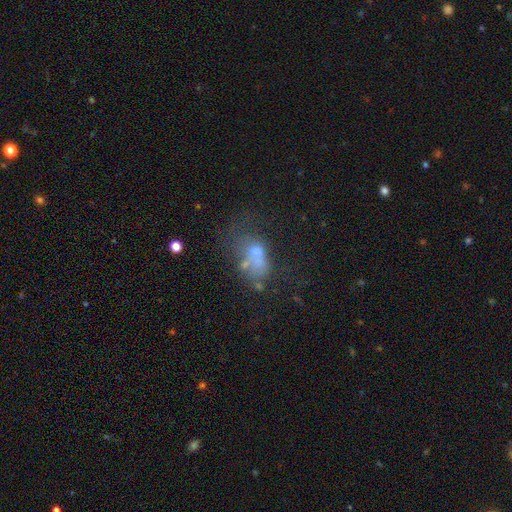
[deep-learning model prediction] This is marginally a smooth galaxy (44%). Merging: marginally merger (31%).